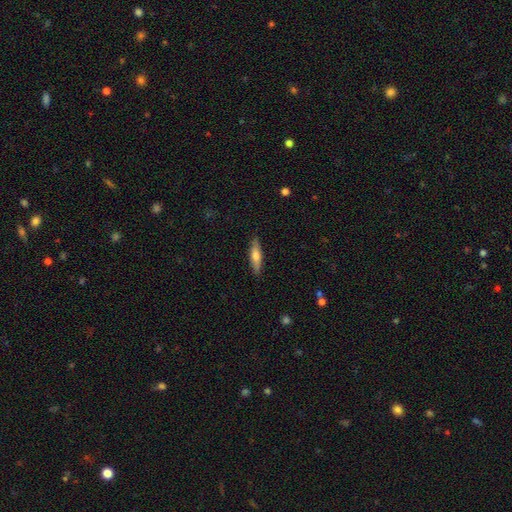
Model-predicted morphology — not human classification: A smooth galaxy with no disk features (54%) that is cigar-shaped (79%).

Vote fractions:
- Smooth or featured? smooth: 54% / featured or disk: 40% / star or artifact: 6%
- How rounded? cigar-shaped: 79% / in between: 19% / round: 2%
- Merging? none: 89% / minor disturbance: 8% / major disturbance: 2% / merger: 1%